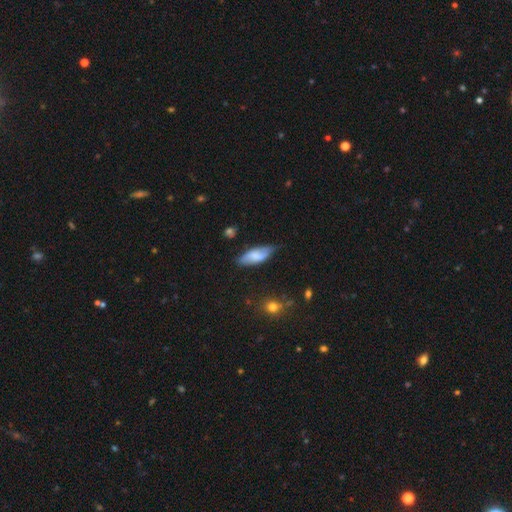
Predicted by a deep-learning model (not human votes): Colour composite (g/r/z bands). It shows a smooth galaxy with no disk features (62%) that is in between round and cigar-shaped (75%). Merging: none (66%).